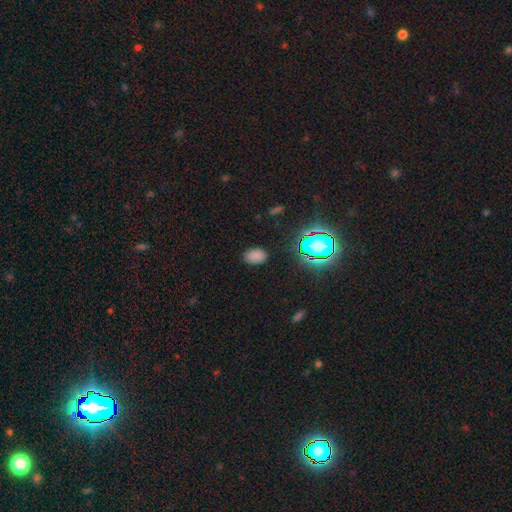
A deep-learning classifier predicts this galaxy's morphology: A smooth galaxy with no disk features (75%) that is in between round and cigar-shaped (86%).

Vote fractions:
- Smooth or featured? smooth: 75% / star or artifact: 20% / featured or disk: 5%
- How rounded? in between: 86% / round: 13% / cigar-shaped: 1%
- Merging? none: 85% / minor disturbance: 11% / major disturbance: 3% / merger: 1%